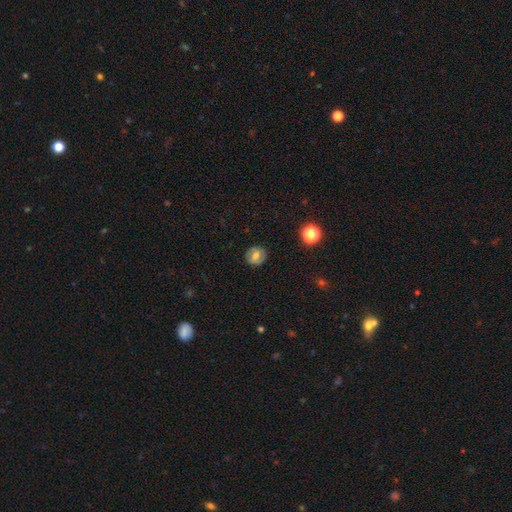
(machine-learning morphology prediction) Smooth or featured: smooth — 60% (featured or disk — 29%)
How rounded: round — 81% (in between — 18%)
Merging: none — 86% (minor disturbance — 10%)